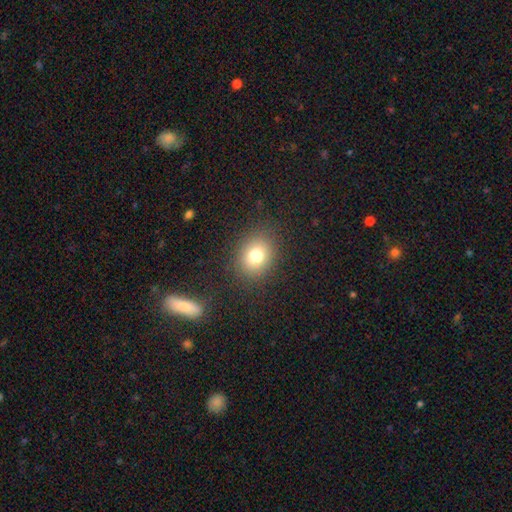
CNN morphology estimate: The model was most divided on "how rounded": round: 59%, in between: 41%, cigar-shaped: 1%. More confident: merging — none (86%); smooth or featured — smooth (77%).